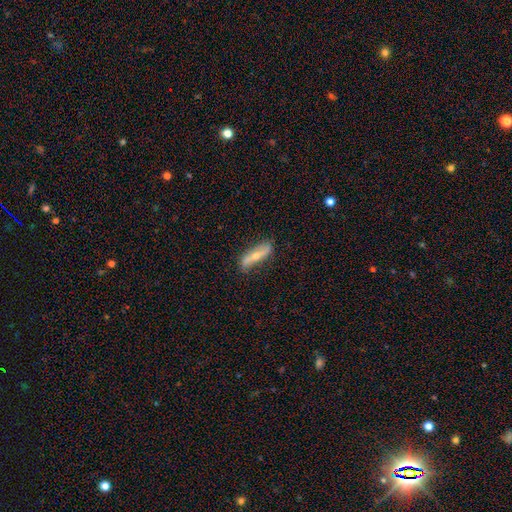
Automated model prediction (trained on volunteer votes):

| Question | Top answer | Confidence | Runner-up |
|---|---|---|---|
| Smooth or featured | featured or disk | 53% | smooth (40%) |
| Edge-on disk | yes | 51% | no (49%) |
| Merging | none | 76% | minor disturbance (18%) |